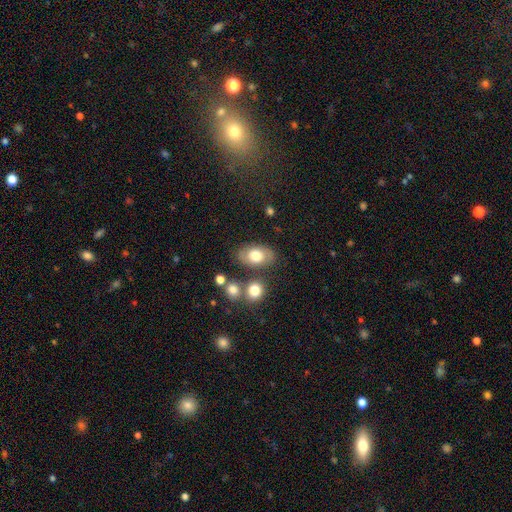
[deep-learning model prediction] Smooth or featured?
  - smooth: 65% *
  - featured or disk: 27%
  - star or artifact: 8%
How rounded?
  - in between: 85% *
  - round: 13%
  - cigar-shaped: 1%
Merging?
  - none: 74% *
  - minor disturbance: 14%
  - merger: 7%
  - major disturbance: 4%